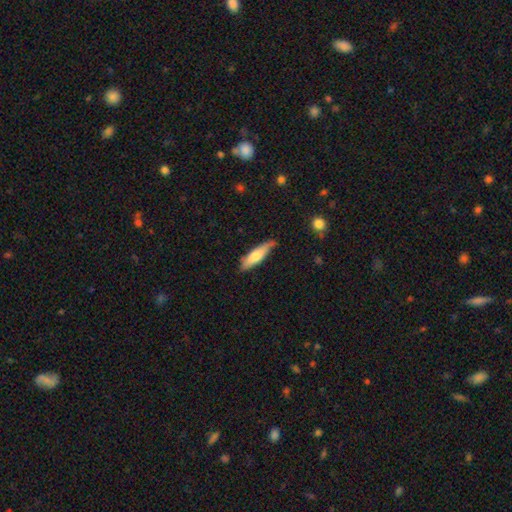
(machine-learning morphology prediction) Smooth or featured? smooth (69%)
How rounded? cigar-shaped (66%)
Merging? none (74%)